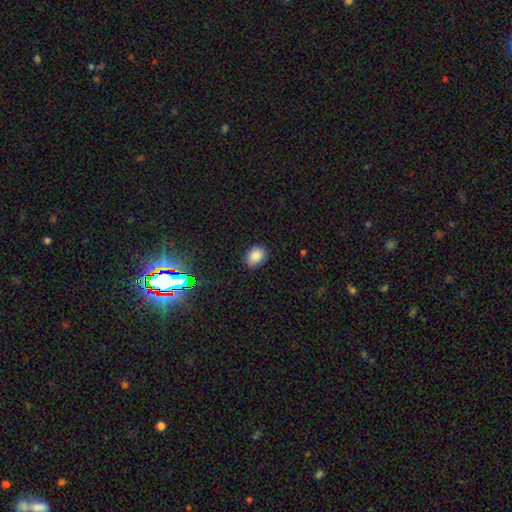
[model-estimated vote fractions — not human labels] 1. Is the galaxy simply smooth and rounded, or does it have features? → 85% smooth, 11% star or artifact, 4% featured or disk.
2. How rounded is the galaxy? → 58% in between, 41% round, 1% cigar-shaped.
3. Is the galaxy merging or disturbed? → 84% none, 12% minor disturbance, 2% major disturbance, 1% merger.